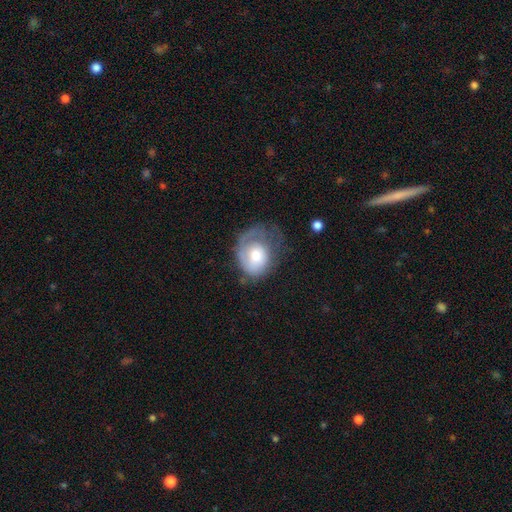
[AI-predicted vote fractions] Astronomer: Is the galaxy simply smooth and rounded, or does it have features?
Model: smooth — 48% (runner-up: featured or disk, 45%).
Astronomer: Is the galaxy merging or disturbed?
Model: major disturbance — 37% (runner-up: none, 33%).